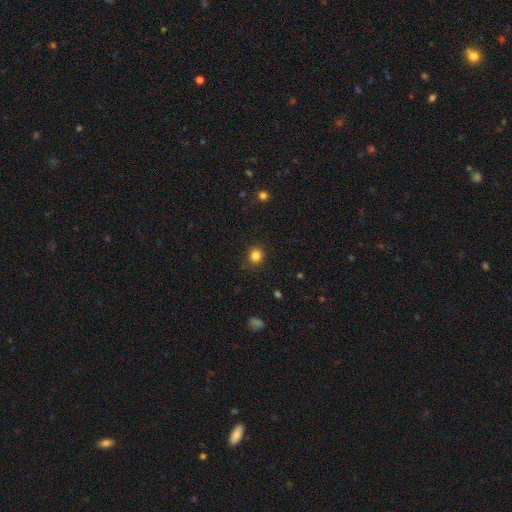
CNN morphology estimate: Smooth or featured: smooth — 84% (star or artifact — 12%)
How rounded: round — 87% (in between — 12%)
Merging: none — 88% (minor disturbance — 8%)